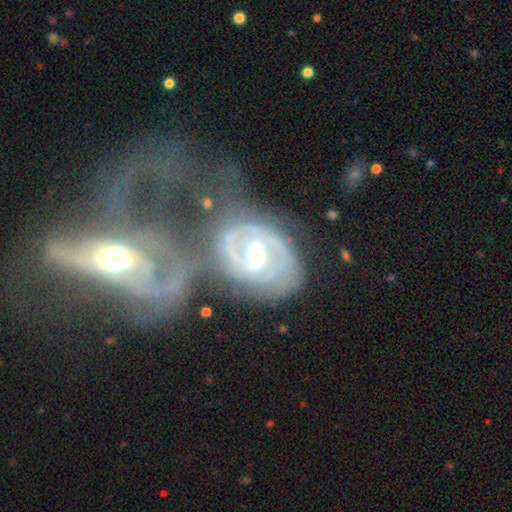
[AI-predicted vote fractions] This appears to be a featured or disk galaxy (85%) with a weak bar (42%), 2 (50%) tight (60%) spiral arms (86%) and a moderate central bulge (72%). Merging: merger (52%).